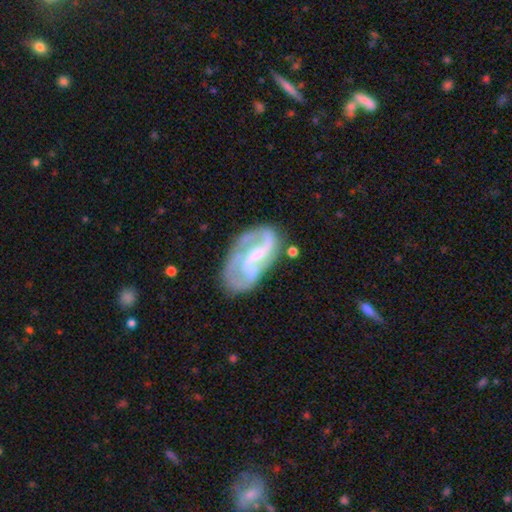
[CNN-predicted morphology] Smooth or featured? featured or disk (82%)
Edge-on disk? no (97%)
Bar? weak (46%)
Spiral arms? yes (90%)
Spiral winding? medium (44%)
Spiral arm count? 2 (69%)
Bulge size? small (47%)
Merging? none (56%)